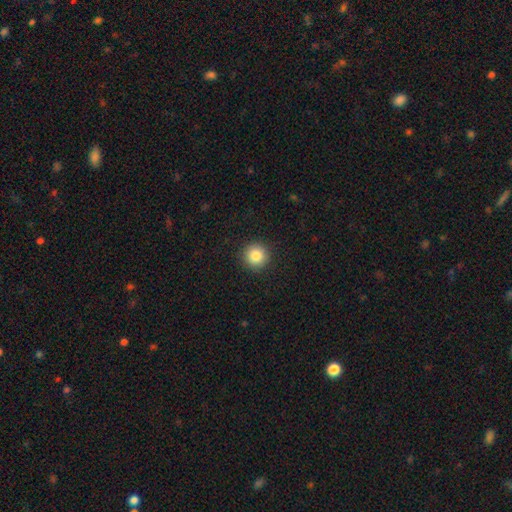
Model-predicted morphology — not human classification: Q: Smooth or featured?
A: smooth (85%); runner-up: star or artifact (10%)
Q: How rounded?
A: round (95%); runner-up: in between (4%)
Q: Merging?
A: none (92%); runner-up: minor disturbance (5%)